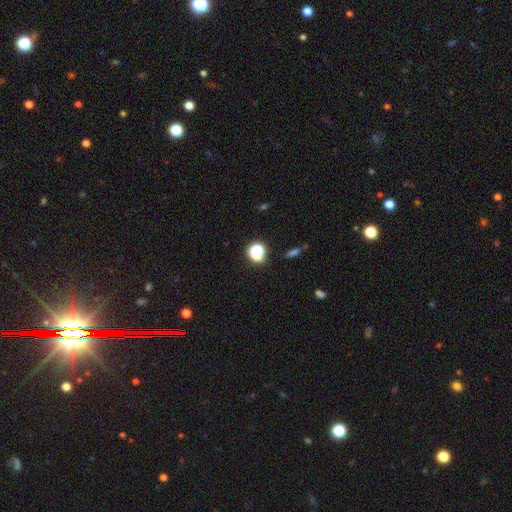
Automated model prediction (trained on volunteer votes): This is possibly a smooth galaxy (59%). How rounded: likely round (78%). Merging: likely none (69%).